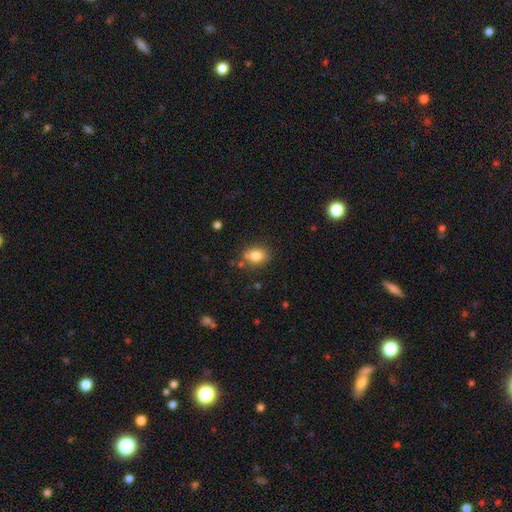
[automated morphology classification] This appears to be a smooth galaxy with no disk features (80%) that is in between round and cigar-shaped (63%). Merging: none (72%).